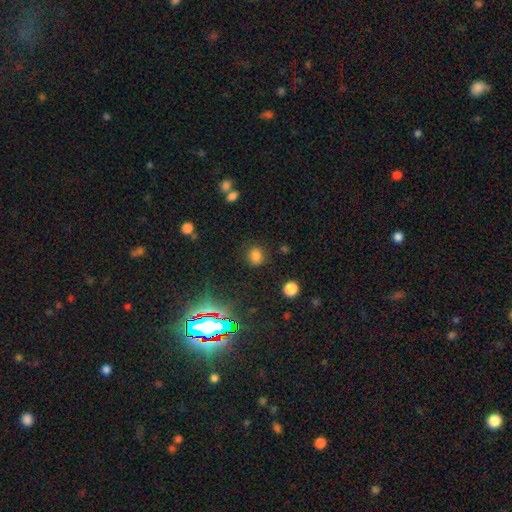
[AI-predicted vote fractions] Overall: smooth (76%). How rounded: round (68%; in between 31%). Merging: none (84%).